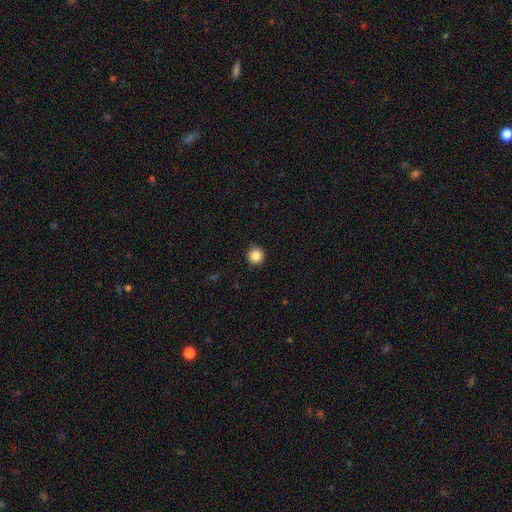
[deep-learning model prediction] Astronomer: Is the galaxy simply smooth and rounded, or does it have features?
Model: smooth — 86%.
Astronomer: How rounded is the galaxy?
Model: round — 95%.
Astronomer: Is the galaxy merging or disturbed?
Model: none — 92%.